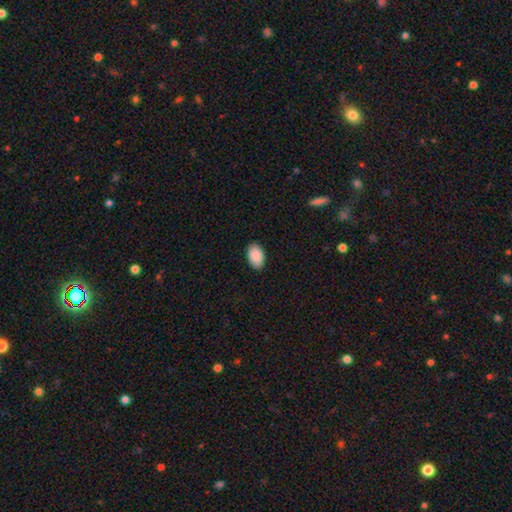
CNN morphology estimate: smooth-or-featured: smooth: 91% | star or artifact: 6% | featured or disk: 3%
  how-rounded: in between: 93% | round: 6% | cigar-shaped: 1%
  merging: none: 88% | minor disturbance: 9% | major disturbance: 2% | merger: 1%